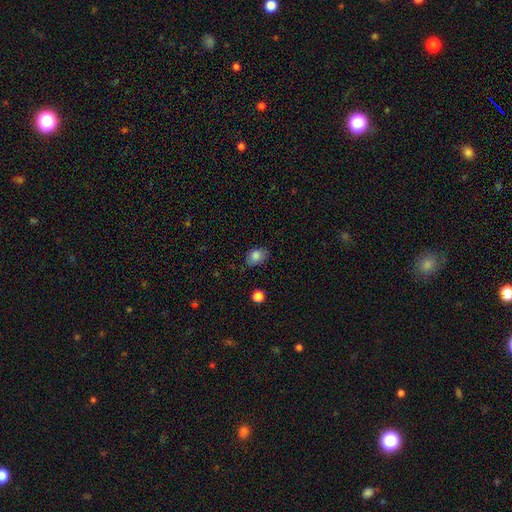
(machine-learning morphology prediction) Smooth or featured?
  - smooth: 84% *
  - star or artifact: 10%
  - featured or disk: 6%
How rounded?
  - in between: 68% *
  - round: 31%
  - cigar-shaped: 1%
Merging?
  - none: 72% *
  - minor disturbance: 21%
  - major disturbance: 4%
  - merger: 2%